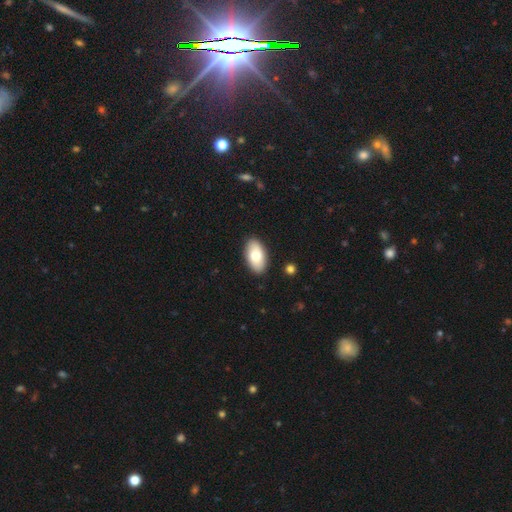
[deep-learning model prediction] Smooth or featured? smooth (75%)
How rounded? in between (94%)
Merging? none (89%)